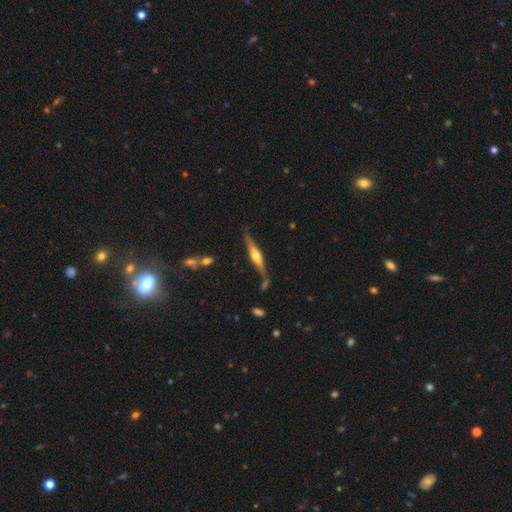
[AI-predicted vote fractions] smooth_or_featured: featured or disk (p=0.69) [alt: smooth p=0.26]
disk_edge_on: yes (p=0.96) [alt: no p=0.04]
edge_on_bulge: rounded (p=0.91) [alt: boxy p=0.05]
merging: none (p=0.77) [alt: minor disturbance p=0.14]